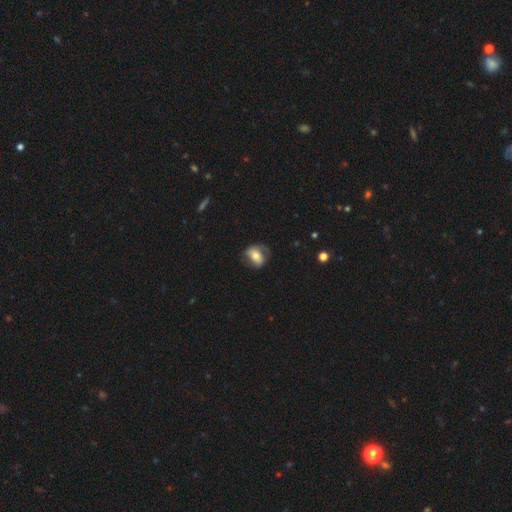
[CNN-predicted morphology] This appears to be a smooth galaxy with no disk features (56%) that is in between round and cigar-shaped (65%). Merging: none (60%).